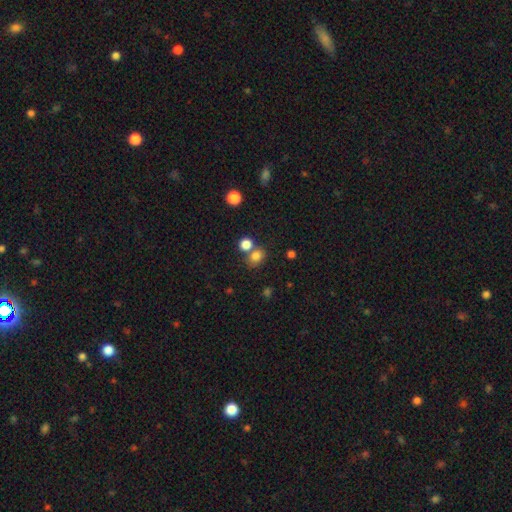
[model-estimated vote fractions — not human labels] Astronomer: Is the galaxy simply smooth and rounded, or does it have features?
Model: smooth — 79%.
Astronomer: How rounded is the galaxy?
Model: round — 62%.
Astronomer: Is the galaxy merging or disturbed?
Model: none — 59%.